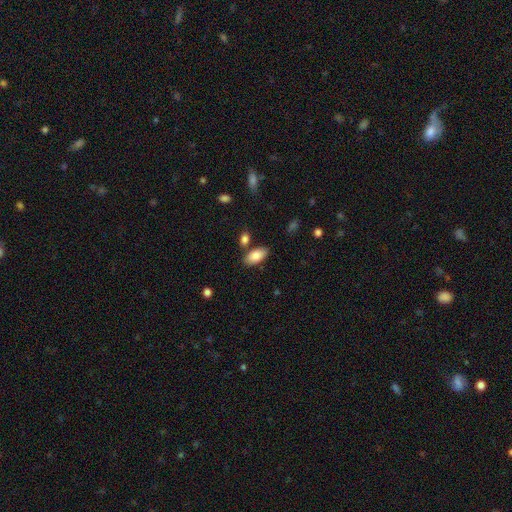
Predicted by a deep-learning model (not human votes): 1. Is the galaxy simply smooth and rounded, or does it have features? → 85% smooth, 9% featured or disk, 6% star or artifact.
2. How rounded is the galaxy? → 93% in between, 4% cigar-shaped, 2% round.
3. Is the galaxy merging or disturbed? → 78% none, 11% minor disturbance, 8% merger, 3% major disturbance.